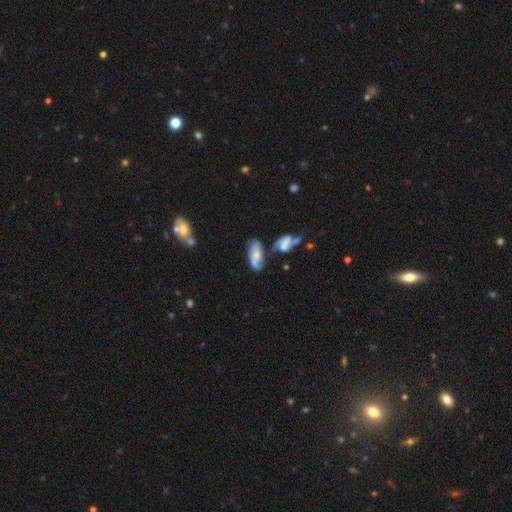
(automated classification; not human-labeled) Smooth or featured: featured or disk — 62% (smooth — 30%)
Edge-on disk: no — 92% (yes — 8%)
Bar: no — 59% (weak — 33%)
Spiral arms: yes — 84% (no — 16%)
Bulge size: moderate — 44% (small — 40%)
Merging: none — 44% (merger — 26%)